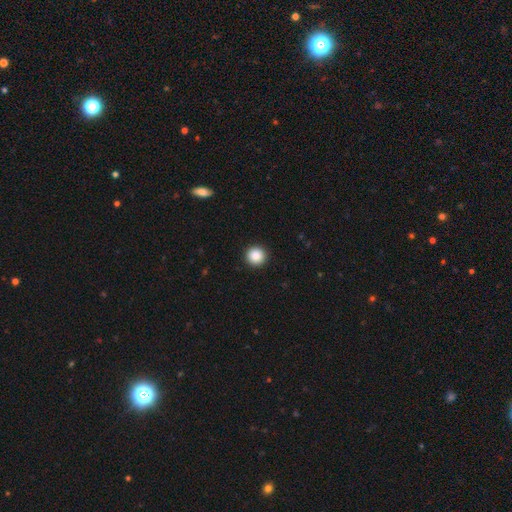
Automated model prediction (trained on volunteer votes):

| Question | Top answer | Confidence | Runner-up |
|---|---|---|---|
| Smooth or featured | smooth | 88% | star or artifact (9%) |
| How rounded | round | 96% | in between (3%) |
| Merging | none | 93% | minor disturbance (4%) |